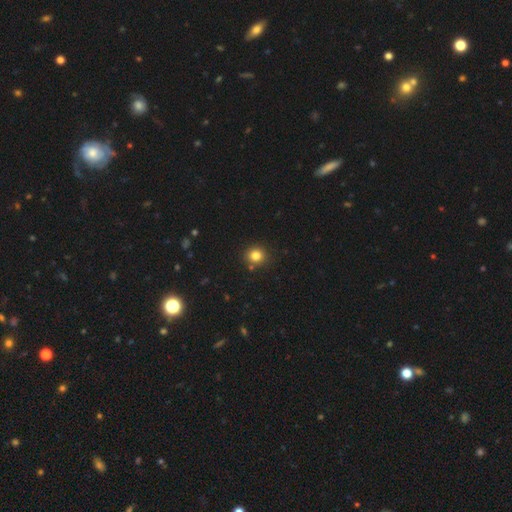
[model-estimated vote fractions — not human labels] This appears to be a smooth galaxy with no disk features (82%) that is round (86%). Merging: none (85%).